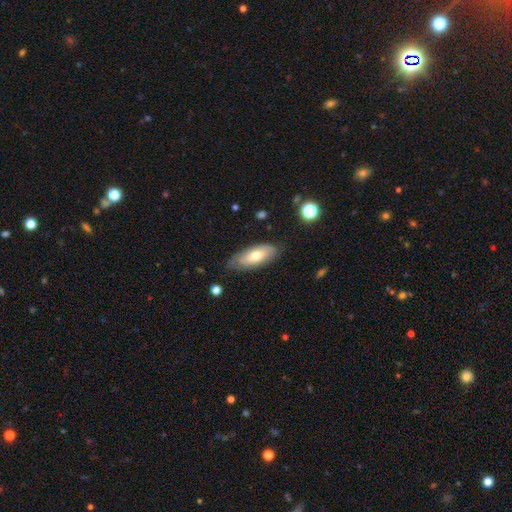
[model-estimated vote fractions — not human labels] Smooth or featured: smooth — 65% (featured or disk — 29%)
How rounded: in between — 79% (cigar-shaped — 19%)
Merging: none — 76% (minor disturbance — 19%)